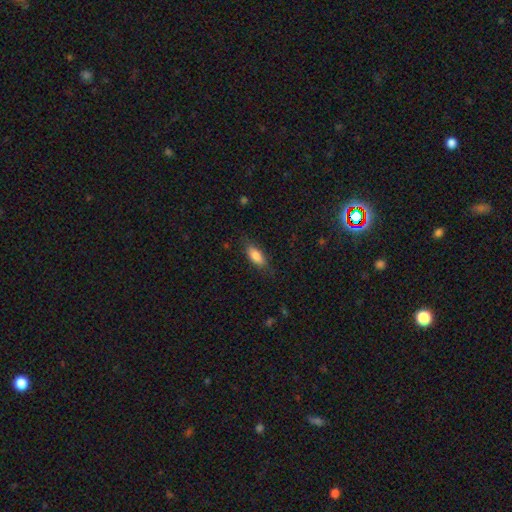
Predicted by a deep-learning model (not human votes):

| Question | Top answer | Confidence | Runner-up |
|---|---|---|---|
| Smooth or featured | smooth | 81% | featured or disk (12%) |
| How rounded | in between | 79% | cigar-shaped (18%) |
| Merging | none | 77% | minor disturbance (17%) |